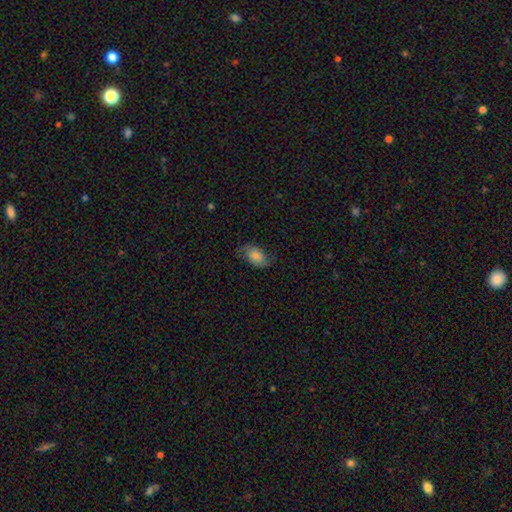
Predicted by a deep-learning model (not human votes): Q: Smooth or featured?
A: smooth (62%); runner-up: featured or disk (29%)
Q: How rounded?
A: in between (88%); runner-up: round (10%)
Q: Merging?
A: none (69%); runner-up: minor disturbance (22%)